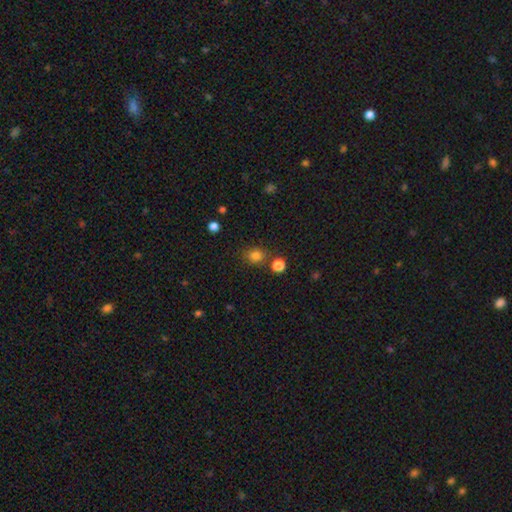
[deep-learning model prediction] Smooth or featured? smooth (81%)
How rounded? round (78%)
Merging? none (78%)